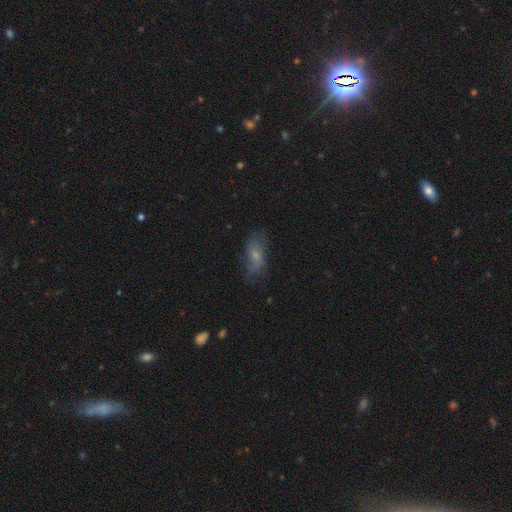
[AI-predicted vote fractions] Q: Smooth or featured?
A: smooth (50%); runner-up: featured or disk (39%)
Q: How rounded?
A: in between (83%); runner-up: cigar-shaped (12%)
Q: Merging?
A: none (60%); runner-up: minor disturbance (25%)